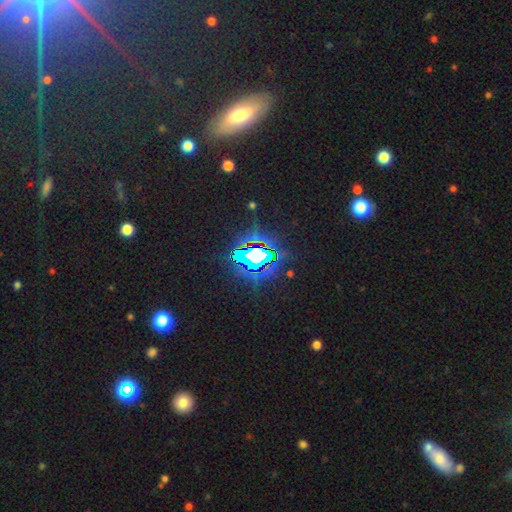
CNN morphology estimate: This is likely a star or artifact rather than a galaxy (74%).